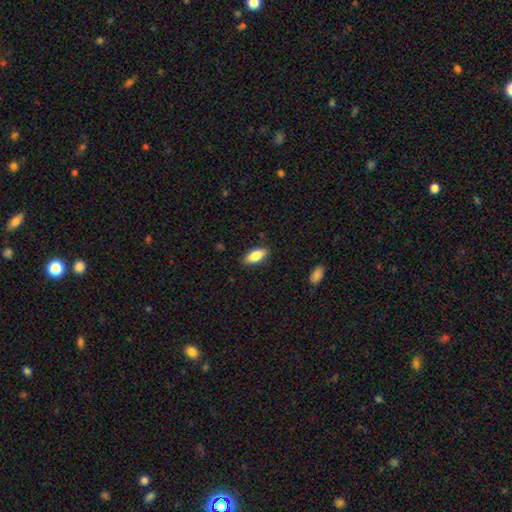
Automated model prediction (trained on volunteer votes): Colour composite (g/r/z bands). It shows a smooth galaxy with no disk features (81%) that is in between round and cigar-shaped (84%). Merging: none (87%).